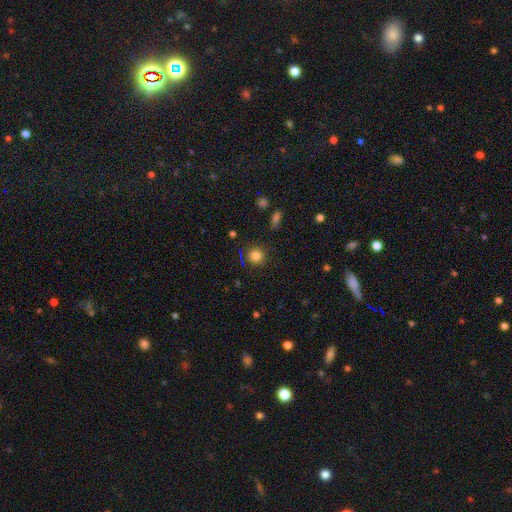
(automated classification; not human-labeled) Smooth or featured? smooth (80%)
How rounded? round (93%)
Merging? none (87%)